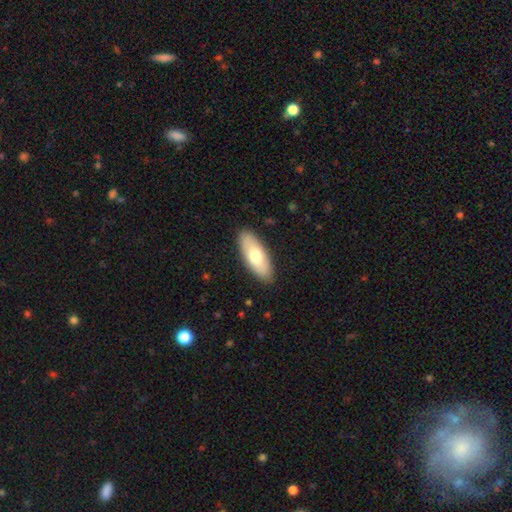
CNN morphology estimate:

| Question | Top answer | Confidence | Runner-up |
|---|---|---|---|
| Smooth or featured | smooth | 67% | featured or disk (28%) |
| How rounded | in between | 81% | cigar-shaped (17%) |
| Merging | none | 88% | minor disturbance (9%) |